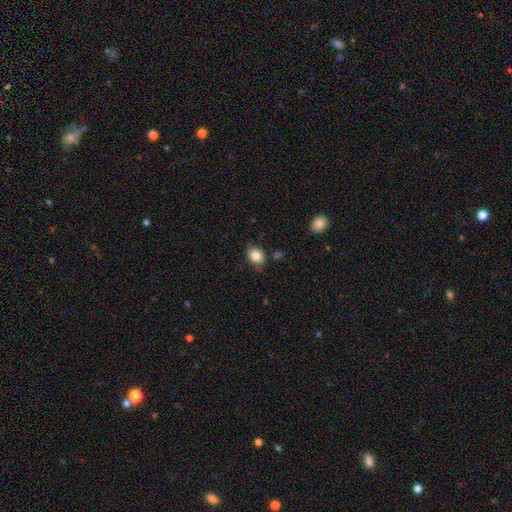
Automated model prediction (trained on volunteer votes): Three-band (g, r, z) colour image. It shows a smooth galaxy with no disk features (83%) that is in between round and cigar-shaped (60%). Merging: none (76%).